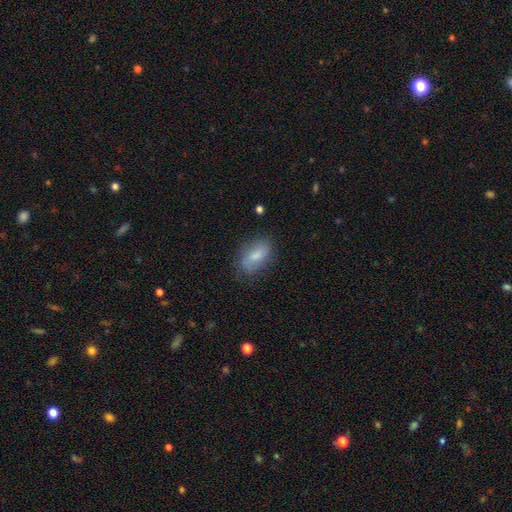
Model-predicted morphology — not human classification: Q: Smooth or featured?
A: smooth (75%); runner-up: featured or disk (17%)
Q: How rounded?
A: in between (89%); runner-up: round (6%)
Q: Merging?
A: none (73%); runner-up: minor disturbance (20%)